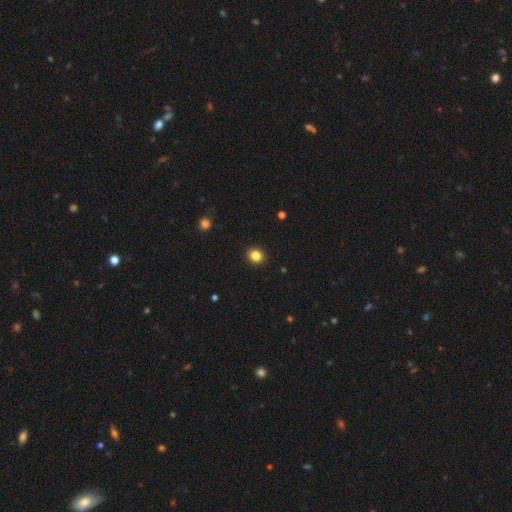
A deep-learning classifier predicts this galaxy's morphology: This is clearly a smooth galaxy (84%). How rounded: likely round (76%). Merging: clearly none (92%).